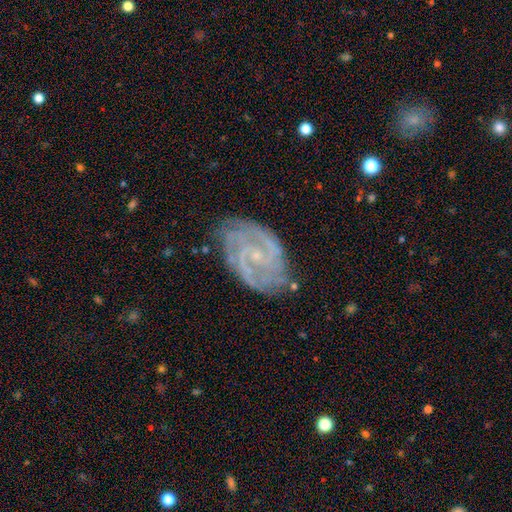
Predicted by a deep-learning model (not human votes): Smooth or featured?
  - featured or disk: 86% *
  - smooth: 7%
  - star or artifact: 7%
Edge-on disk?
  - no: 97% *
  - yes: 3%
Bar?
  - no: 50% *
  - weak: 39%
  - strong: 11%
Spiral arms?
  - yes: 97% *
  - no: 3%
Spiral winding?
  - tight: 60% *
  - medium: 33%
  - loose: 7%
Spiral arm count?
  - 2: 35% *
  - can't tell: 21%
  - 3: 20%
  - 4: 11%
  - more than 4: 6%
  - 1: 6%
Bulge size?
  - small: 80% *
  - moderate: 13%
  - none: 5%
  - large: 1%
  - dominant: 1%
Merging?
  - none: 73% *
  - minor disturbance: 19%
  - major disturbance: 6%
  - merger: 2%